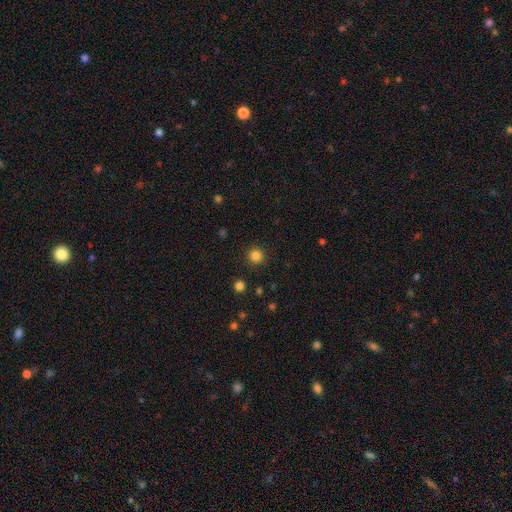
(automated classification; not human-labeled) Q: Smooth or featured?
A: smooth (83%); runner-up: star or artifact (13%)
Q: How rounded?
A: round (95%); runner-up: in between (4%)
Q: Merging?
A: none (92%); runner-up: minor disturbance (5%)